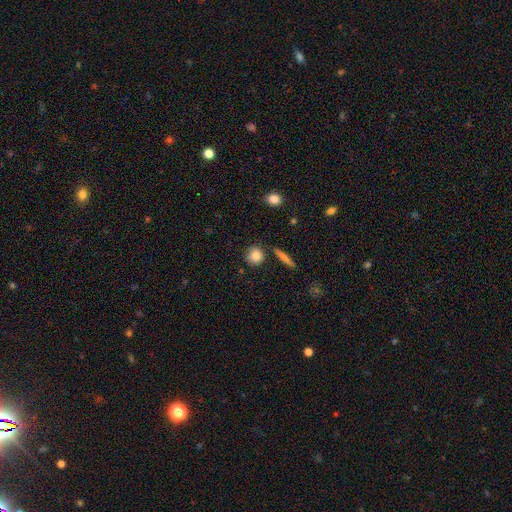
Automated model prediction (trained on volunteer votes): smooth_or_featured: smooth (p=0.83) [alt: featured or disk p=0.08]
how_rounded: round (p=0.88) [alt: in between p=0.10]
merging: none (p=0.83) [alt: minor disturbance p=0.09]